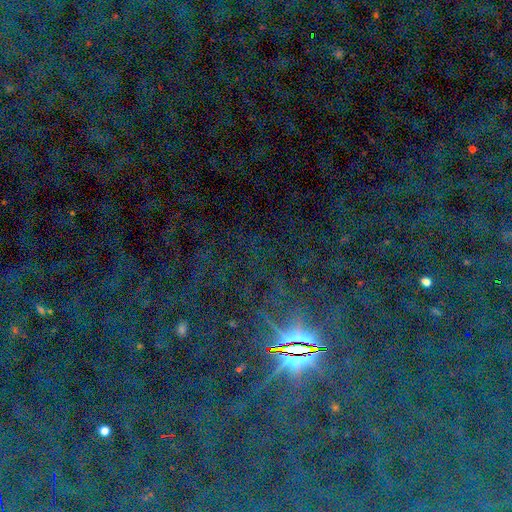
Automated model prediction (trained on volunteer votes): Smooth or featured? star or artifact (85%)